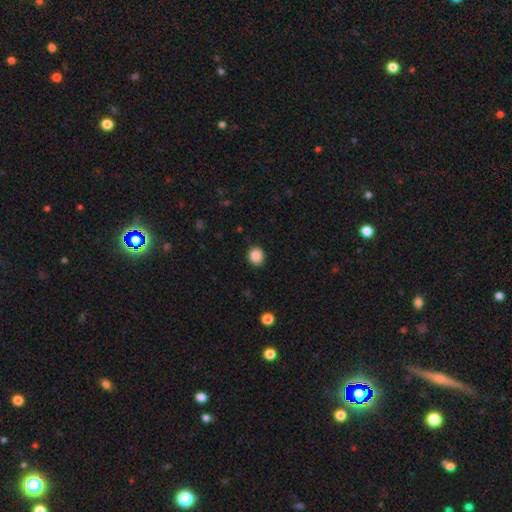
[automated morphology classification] smooth 88%, star or artifact 9%, featured or disk 3%. Down the decision tree: how rounded — round (79%); merging — none (89%).